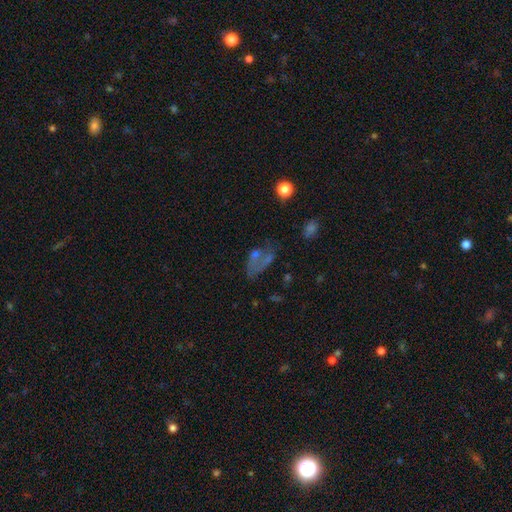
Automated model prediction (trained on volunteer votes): Smooth or featured? smooth (43%)
Merging? none (33%)